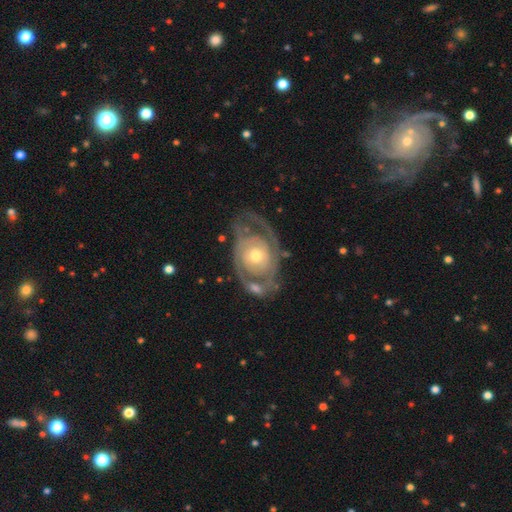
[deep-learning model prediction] Smooth or featured? Predicted: featured or disk (p=0.82). Edge-on disk? Predicted: no (p=0.95). Bar? Predicted: no (p=0.77). Spiral arms? Predicted: yes (p=0.81). Spiral winding? Predicted: tight (p=0.55). Spiral arm count? Predicted: 2 (p=0.57). Bulge size? Predicted: moderate (p=0.63). Merging? Predicted: none (p=0.55).